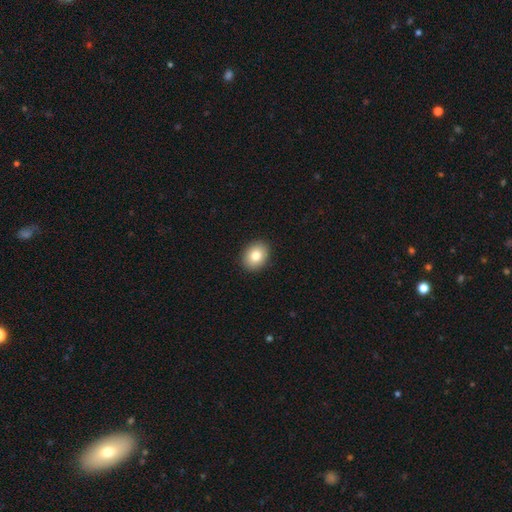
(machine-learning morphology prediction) A smooth galaxy with no disk features (82%) that is in between round and cigar-shaped (56%). Merging: none (91%).